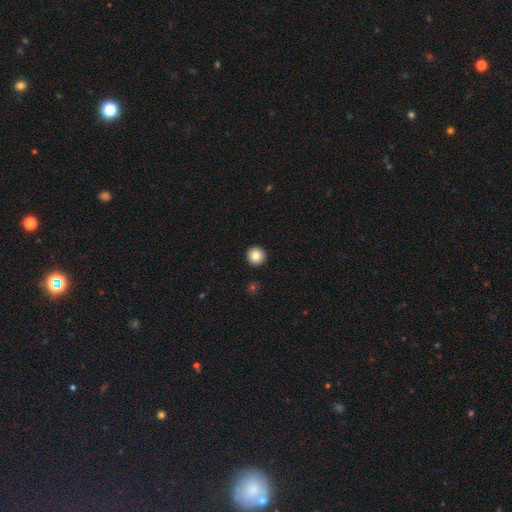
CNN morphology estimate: This appears to be a smooth galaxy with no disk features (85%) that is round (96%). Merging: none (93%).